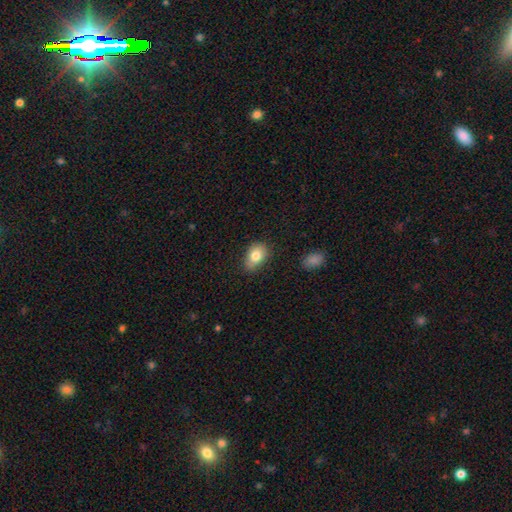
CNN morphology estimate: Overall: smooth (81%). How rounded: in between (77%). Merging: none (68%).